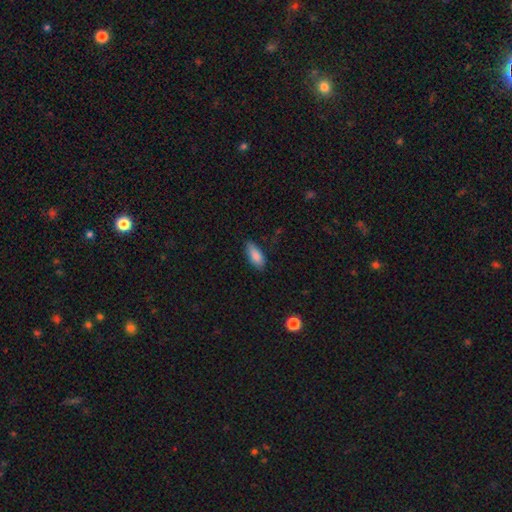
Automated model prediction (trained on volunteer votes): Smooth or featured? smooth (86%)
How rounded? in between (83%)
Merging? none (77%)